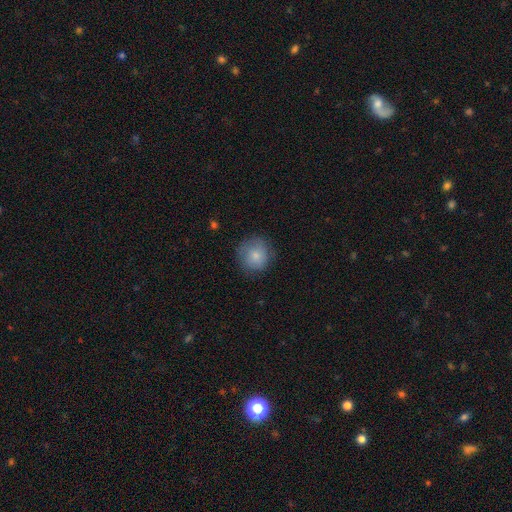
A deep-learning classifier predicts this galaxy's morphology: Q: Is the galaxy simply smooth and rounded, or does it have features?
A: smooth — 79%.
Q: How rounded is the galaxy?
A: round — 92%.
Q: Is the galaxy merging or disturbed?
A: none — 78%.